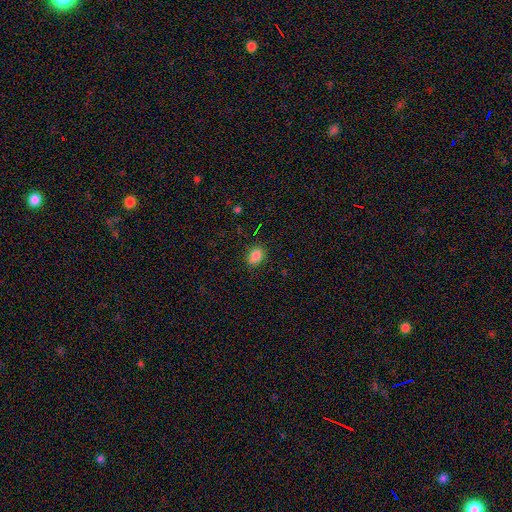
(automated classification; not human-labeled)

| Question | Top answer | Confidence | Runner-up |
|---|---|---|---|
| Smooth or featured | smooth | 85% | star or artifact (10%) |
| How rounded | in between | 73% | round (25%) |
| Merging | none | 84% | minor disturbance (12%) |